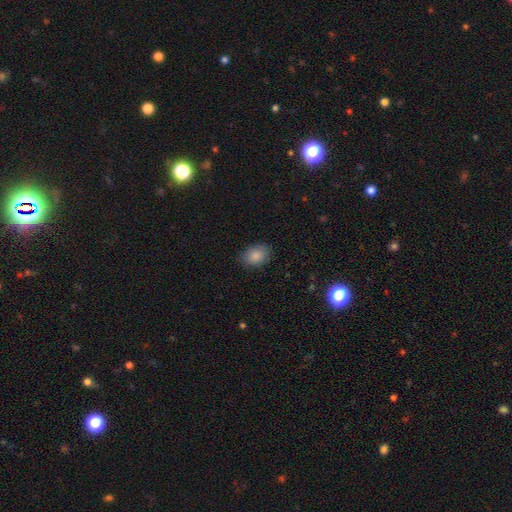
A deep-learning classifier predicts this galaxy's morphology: This appears to be a smooth galaxy with no disk features (87%) that is in between round and cigar-shaped (81%). Merging: none (83%).